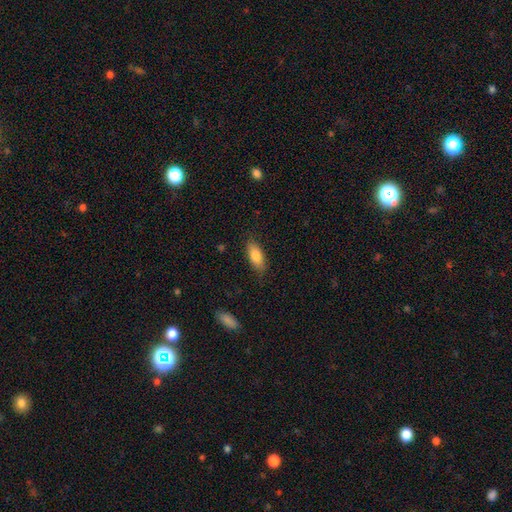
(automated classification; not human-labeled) Smooth or featured? Predicted: smooth (p=0.81). How rounded? Predicted: in between (p=0.80). Merging? Predicted: none (p=0.83).